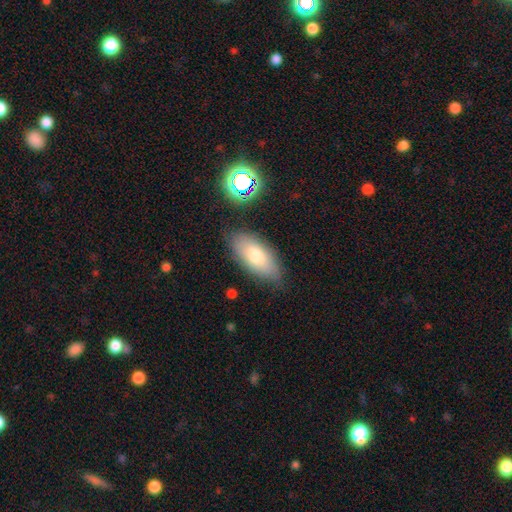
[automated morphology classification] Smooth or featured?
  - smooth: 73% *
  - featured or disk: 19%
  - star or artifact: 9%
How rounded?
  - in between: 88% *
  - cigar-shaped: 9%
  - round: 3%
Merging?
  - none: 78% *
  - minor disturbance: 15%
  - major disturbance: 3%
  - merger: 3%